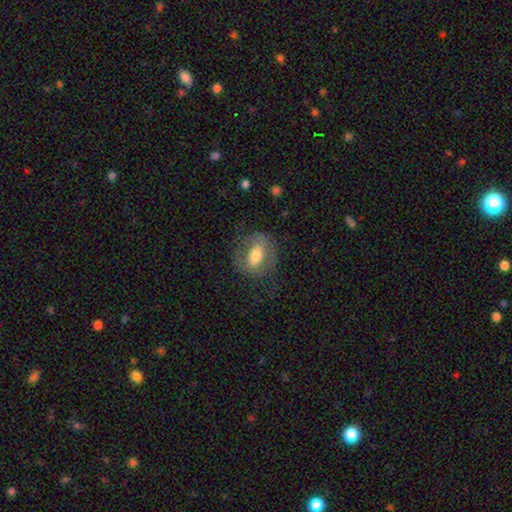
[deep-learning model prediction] A smooth galaxy with no disk features (56%) that is in between round and cigar-shaped (75%).

Vote fractions:
- Smooth or featured? smooth: 56% / featured or disk: 37% / star or artifact: 7%
- How rounded? in between: 75% / round: 23% / cigar-shaped: 2%
- Merging? none: 65% / minor disturbance: 18% / major disturbance: 15% / merger: 1%